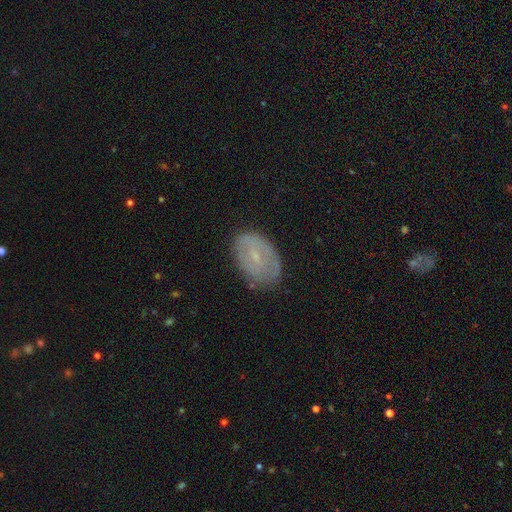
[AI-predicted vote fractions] Smooth or featured? Predicted: featured or disk (p=0.49). Merging? Predicted: none (p=0.72).